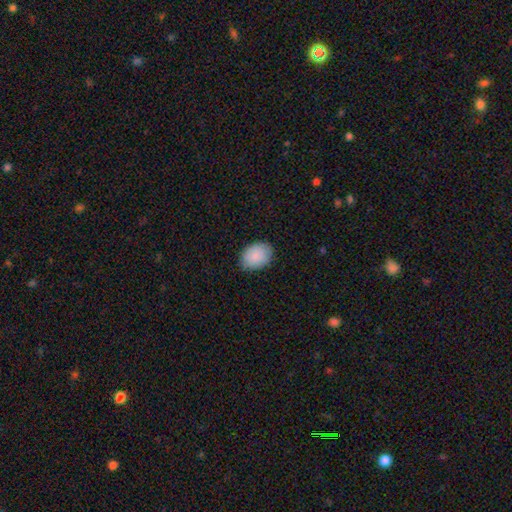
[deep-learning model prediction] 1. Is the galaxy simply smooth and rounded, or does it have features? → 88% smooth, 6% star or artifact, 6% featured or disk.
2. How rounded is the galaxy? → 72% in between, 27% round, 1% cigar-shaped.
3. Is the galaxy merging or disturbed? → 82% none, 14% minor disturbance, 3% major disturbance, 1% merger.